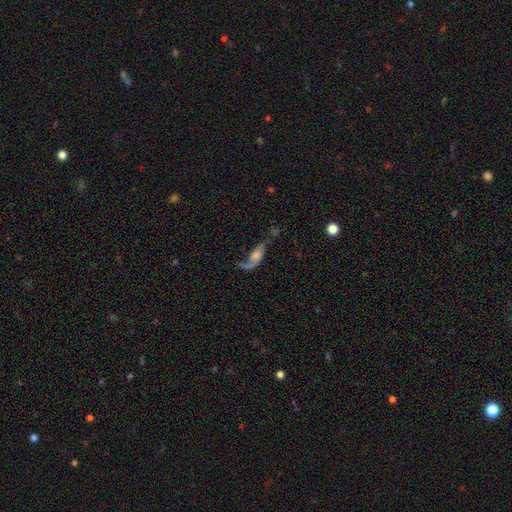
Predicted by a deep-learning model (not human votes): Q: Smooth or featured?
A: featured or disk (72%); runner-up: smooth (19%)
Q: Edge-on disk?
A: no (88%); runner-up: yes (12%)
Q: Bar?
A: no (65%); runner-up: weak (27%)
Q: Spiral arms?
A: yes (89%); runner-up: no (11%)
Q: Spiral winding?
A: loose (76%); runner-up: medium (18%)
Q: Spiral arm count?
A: 2 (61%); runner-up: 1 (33%)
Q: Bulge size?
A: moderate (40%); runner-up: small (30%)
Q: Merging?
A: none (42%); runner-up: major disturbance (30%)